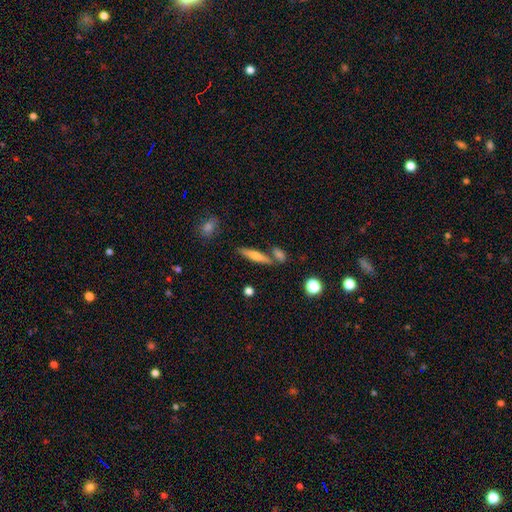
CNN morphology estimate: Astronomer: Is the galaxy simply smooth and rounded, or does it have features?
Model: smooth — 52% (runner-up: featured or disk, 39%).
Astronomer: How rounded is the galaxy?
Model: cigar-shaped — 82%.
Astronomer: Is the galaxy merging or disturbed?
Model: none — 71%.